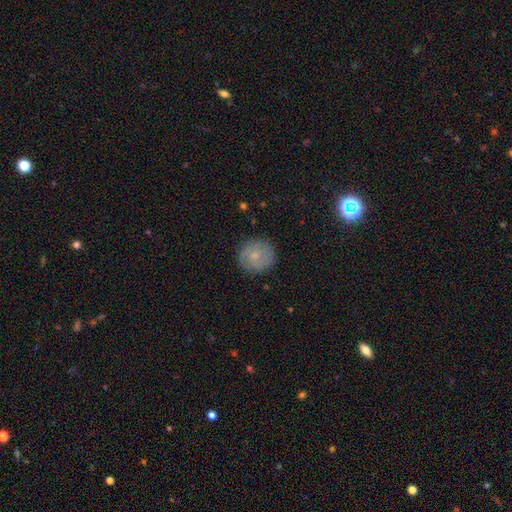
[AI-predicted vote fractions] The model was most divided on "smooth or featured": smooth: 59%, featured or disk: 32%, star or artifact: 9%. More confident: how rounded — round (91%); merging — none (86%).